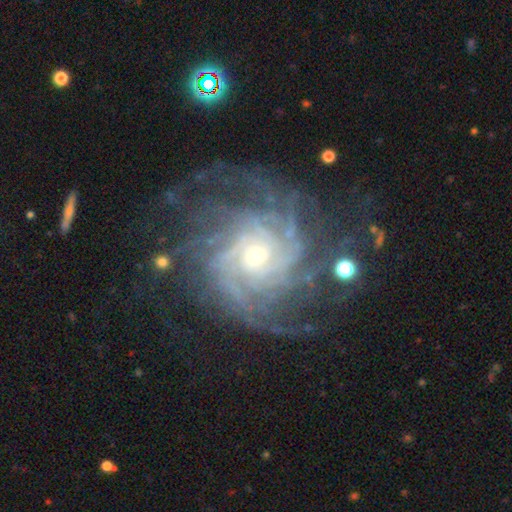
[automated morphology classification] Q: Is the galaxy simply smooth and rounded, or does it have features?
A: featured or disk — 90%.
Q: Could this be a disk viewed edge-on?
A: no — 98%.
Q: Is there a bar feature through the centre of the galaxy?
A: no — 67%.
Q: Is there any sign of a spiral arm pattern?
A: yes — 98%.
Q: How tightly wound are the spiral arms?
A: tight — 68%.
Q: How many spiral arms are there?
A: more than 4 — 26%.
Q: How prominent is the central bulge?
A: small — 67%.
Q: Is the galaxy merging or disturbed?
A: none — 71%.